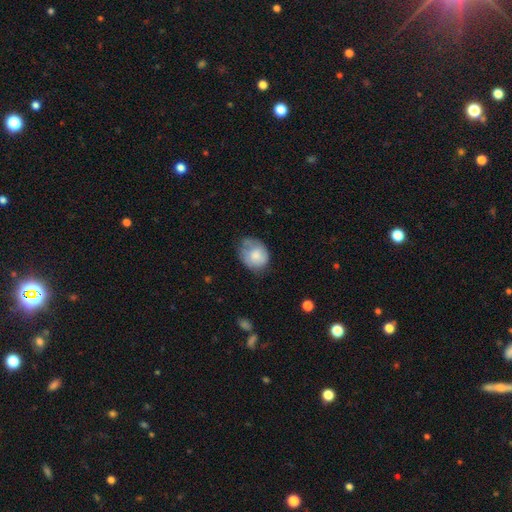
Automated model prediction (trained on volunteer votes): Smooth or featured: smooth — 72% (featured or disk — 21%)
How rounded: in between — 52% (round — 47%)
Merging: none — 45% (minor disturbance — 37%)